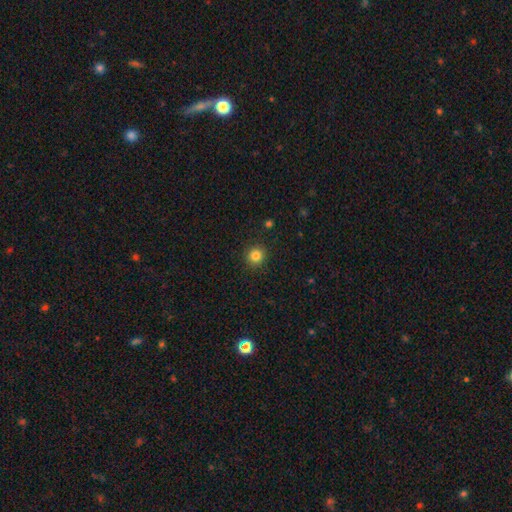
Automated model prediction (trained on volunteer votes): smooth-or-featured: smooth: 83% | star or artifact: 12% | featured or disk: 5%
  how-rounded: round: 93% | in between: 6% | cigar-shaped: 1%
  merging: none: 91% | minor disturbance: 6% | major disturbance: 2% | merger: 1%